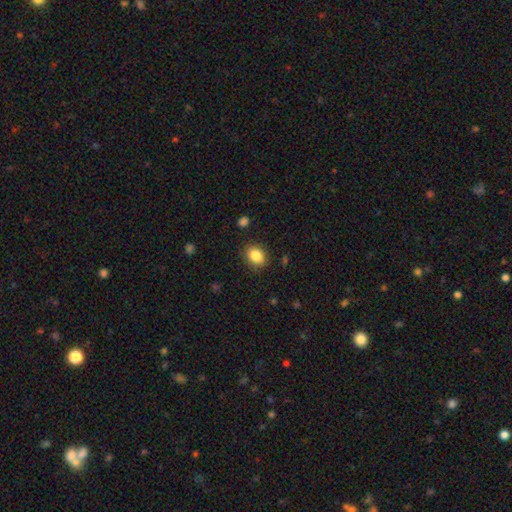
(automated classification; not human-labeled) A smooth galaxy with no disk features (86%) that is round (50%).

Vote fractions:
- Smooth or featured? smooth: 86% / star or artifact: 9% / featured or disk: 6%
- How rounded? round: 50% / in between: 49% / cigar-shaped: 1%
- Merging? none: 86% / minor disturbance: 10% / major disturbance: 3% / merger: 1%